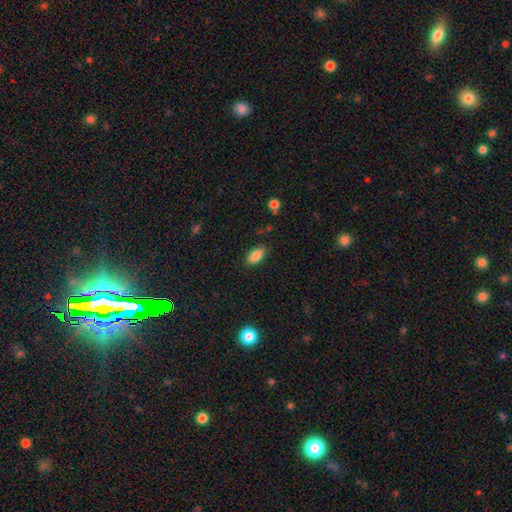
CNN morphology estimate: Overall: smooth (85%). How rounded: in between (91%). Merging: none (86%).